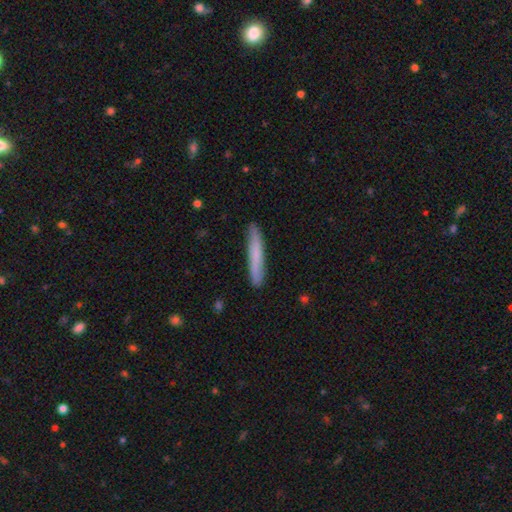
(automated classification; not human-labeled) A smooth galaxy with no disk features (72%) that is cigar-shaped (95%). Merging: none (88%).